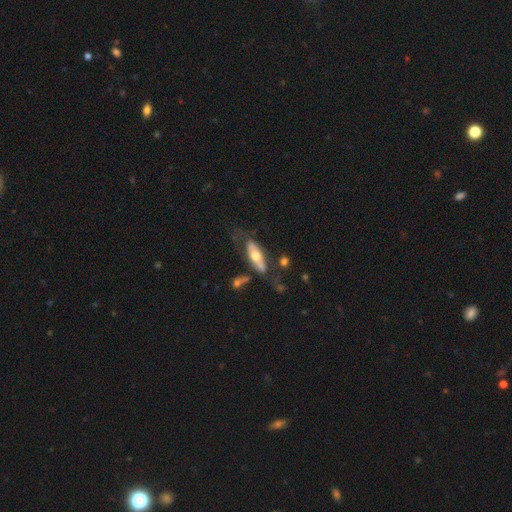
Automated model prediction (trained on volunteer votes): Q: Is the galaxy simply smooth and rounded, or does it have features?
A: featured or disk — 50%.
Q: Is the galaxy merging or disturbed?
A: none — 50%.